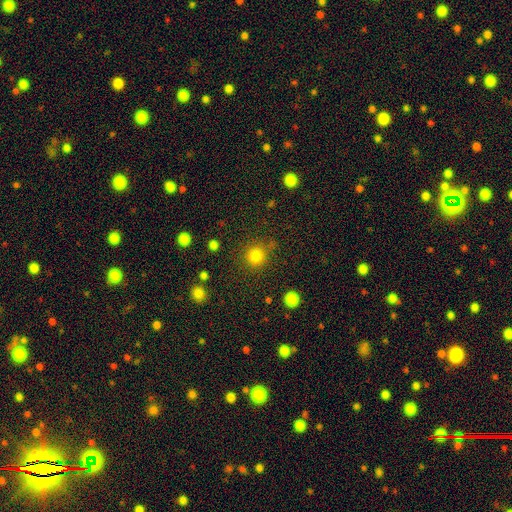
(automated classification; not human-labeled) A smooth galaxy with no disk features (82%) that is round (93%). Merging: none (84%).